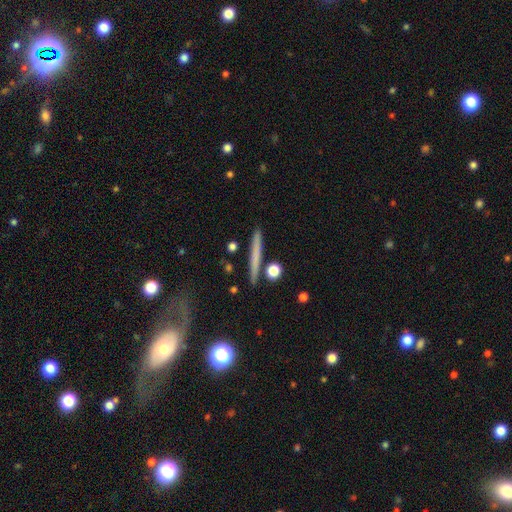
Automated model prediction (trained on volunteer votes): Smooth or featured? Predicted: smooth (p=0.59). How rounded? Predicted: cigar-shaped (p=0.94). Merging? Predicted: none (p=0.85).